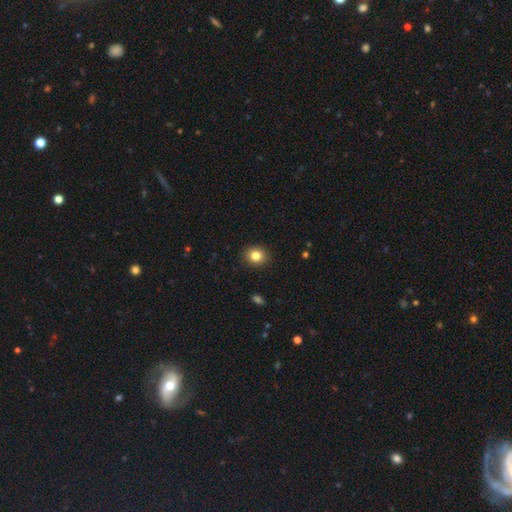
Q: Smooth or featured?
A: smooth (82%); runner-up: star or artifact (10%)
Q: How rounded?
A: round (81%); runner-up: in between (19%)
Q: Merging?
A: none (97%); runner-up: minor disturbance (3%)